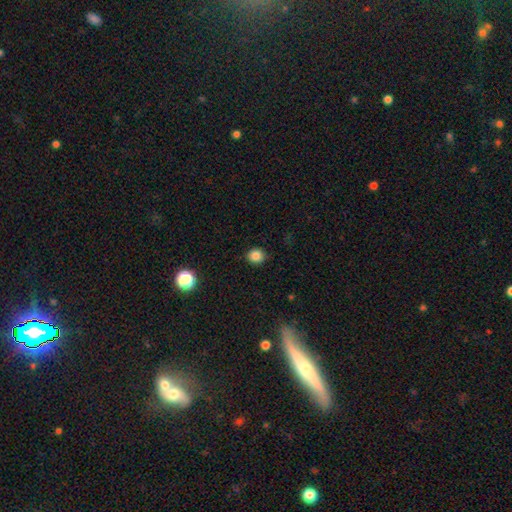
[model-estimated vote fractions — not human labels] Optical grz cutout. It shows a smooth galaxy with no disk features (84%) that is round (82%). Merging: none (89%).